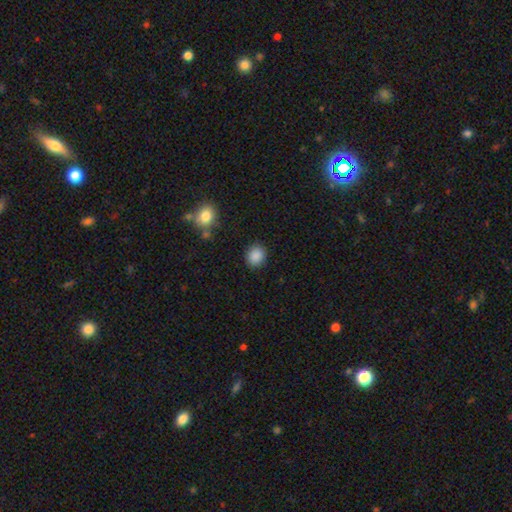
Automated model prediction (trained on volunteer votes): A smooth galaxy with no disk features (88%) that is round (68%).

Vote fractions:
- Smooth or featured? smooth: 88% / star or artifact: 9% / featured or disk: 3%
- How rounded? round: 68% / in between: 31% / cigar-shaped: 1%
- Merging? none: 88% / minor disturbance: 8% / major disturbance: 2% / merger: 2%